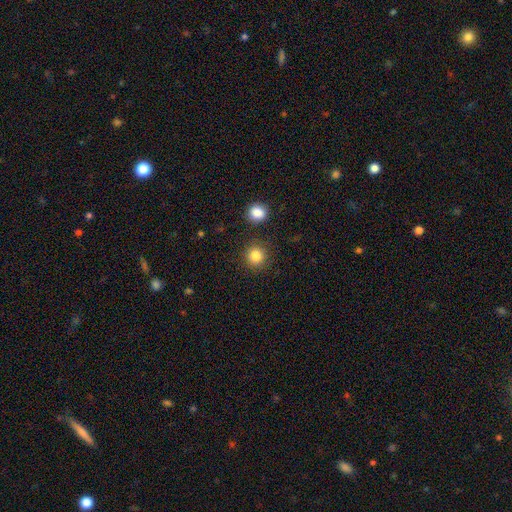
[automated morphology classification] A smooth galaxy with no disk features (84%) that is round (93%).

Vote fractions:
- Smooth or featured? smooth: 84% / star or artifact: 11% / featured or disk: 5%
- How rounded? round: 93% / in between: 7% / cigar-shaped: 1%
- Merging? none: 87% / minor disturbance: 6% / merger: 4% / major disturbance: 3%